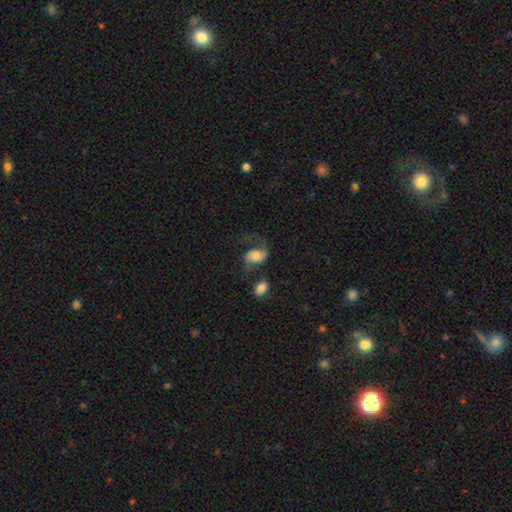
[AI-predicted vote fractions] Morphology: type=smooth (48%); merging=none (34%).